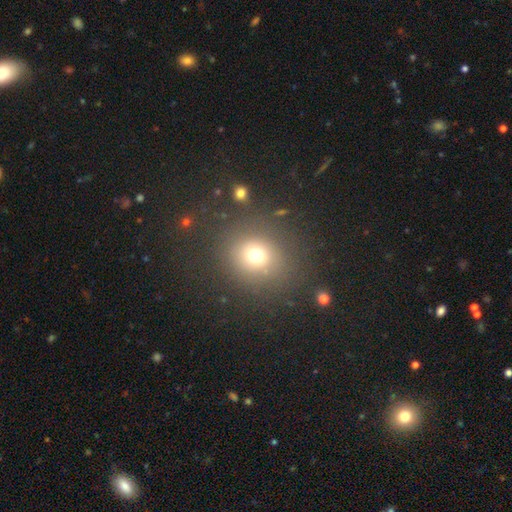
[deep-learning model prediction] smooth_or_featured: smooth (p=0.72) [alt: star or artifact p=0.18]
how_rounded: round (p=0.84) [alt: in between p=0.15]
merging: none (p=0.80) [alt: minor disturbance p=0.10]